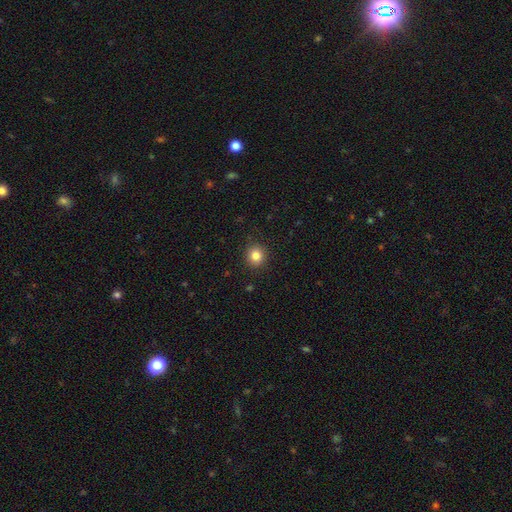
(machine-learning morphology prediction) Overall: smooth (84%). How rounded: round (89%). Merging: none (90%).